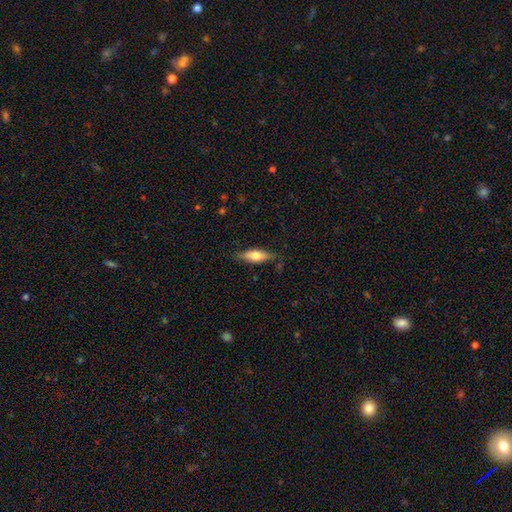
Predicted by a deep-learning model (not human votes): This appears to be a smooth galaxy with no disk features (59%) that is in between round and cigar-shaped (54%). Merging: none (80%).